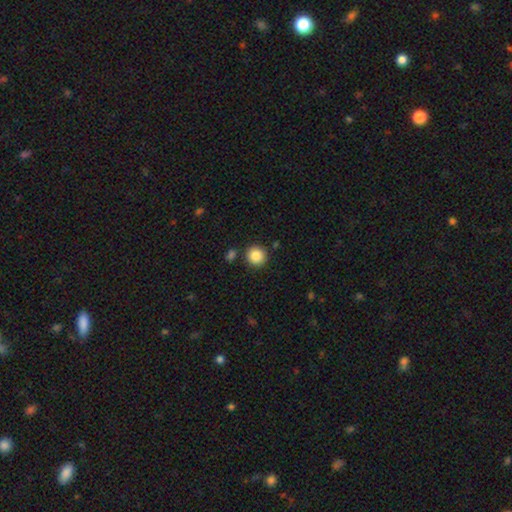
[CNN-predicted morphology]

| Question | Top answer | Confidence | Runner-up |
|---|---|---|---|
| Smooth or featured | smooth | 86% | star or artifact (9%) |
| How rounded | round | 93% | in between (6%) |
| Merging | none | 86% | minor disturbance (7%) |